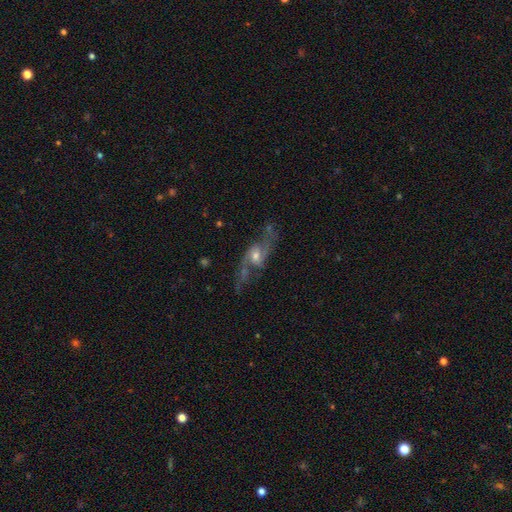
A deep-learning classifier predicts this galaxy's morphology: Q: Smooth or featured?
A: featured or disk (83%); runner-up: smooth (9%)
Q: Edge-on disk?
A: no (91%); runner-up: yes (9%)
Q: Bar?
A: no (52%); runner-up: weak (39%)
Q: Spiral arms?
A: yes (94%); runner-up: no (6%)
Q: Spiral winding?
A: loose (65%); runner-up: medium (28%)
Q: Spiral arm count?
A: 2 (89%); runner-up: can't tell (4%)
Q: Bulge size?
A: moderate (57%); runner-up: small (33%)
Q: Merging?
A: none (61%); runner-up: minor disturbance (19%)